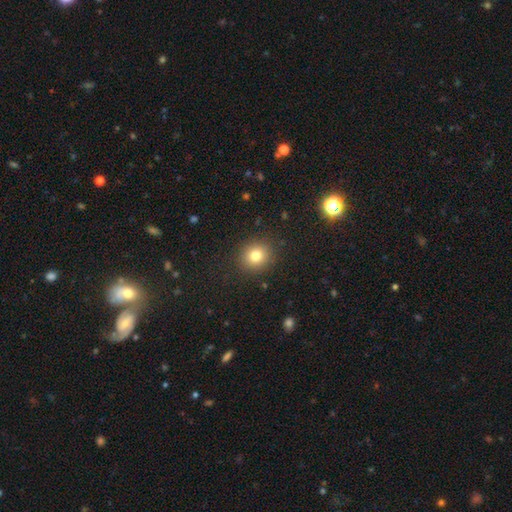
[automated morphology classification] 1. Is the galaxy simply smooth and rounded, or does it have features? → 79% smooth, 13% star or artifact, 8% featured or disk.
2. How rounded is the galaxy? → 86% round, 13% in between, 1% cigar-shaped.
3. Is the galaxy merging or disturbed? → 89% none, 7% minor disturbance, 3% major disturbance, 1% merger.